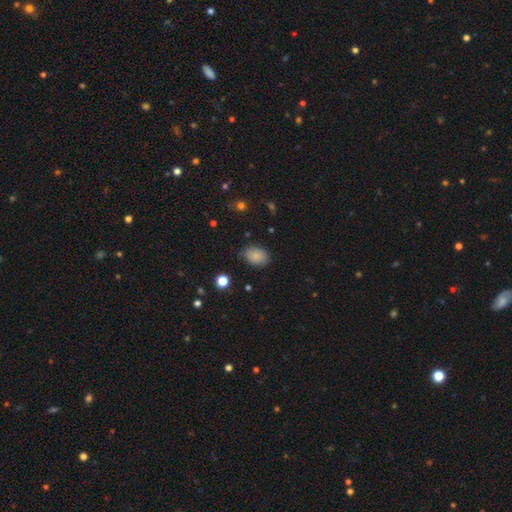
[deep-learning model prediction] The model was most divided on "how rounded": in between: 77%, round: 22%, cigar-shaped: 1%. More confident: smooth or featured — smooth (83%); merging — none (80%).